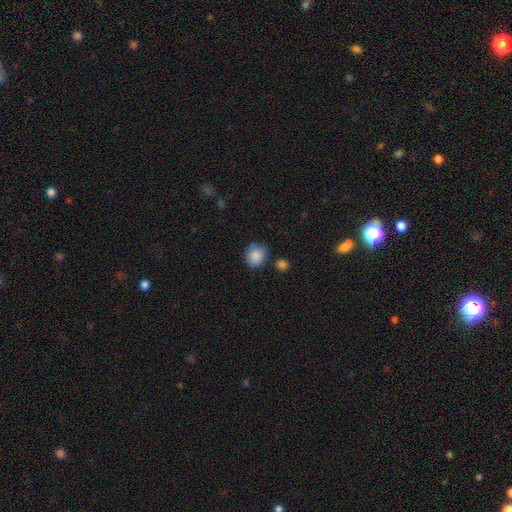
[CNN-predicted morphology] smooth_or_featured: smooth (p=0.87) [alt: star or artifact p=0.08]
how_rounded: round (p=0.78) [alt: in between p=0.21]
merging: none (p=0.73) [alt: minor disturbance p=0.18]